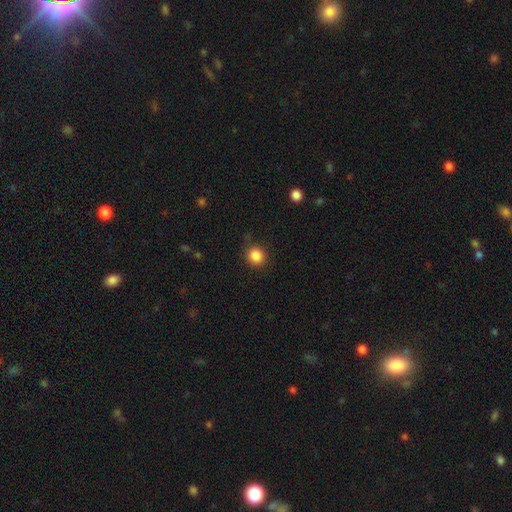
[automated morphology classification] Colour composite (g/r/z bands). It shows a smooth galaxy with no disk features (86%) that is round (87%). Merging: none (87%).